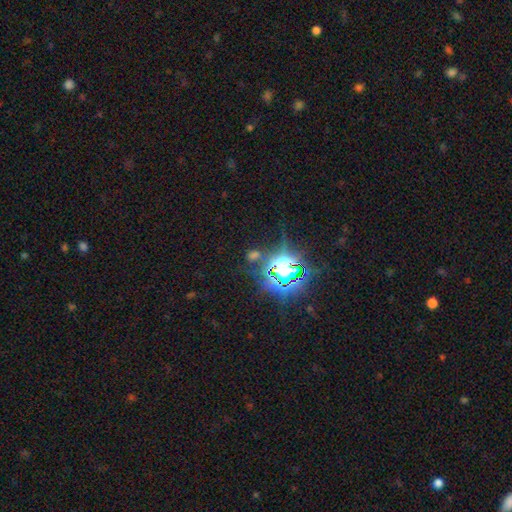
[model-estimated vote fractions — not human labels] A star or artifact, not a galaxy (74%).

Vote fractions:
- Smooth or featured? star or artifact: 74% / smooth: 17% / featured or disk: 9%